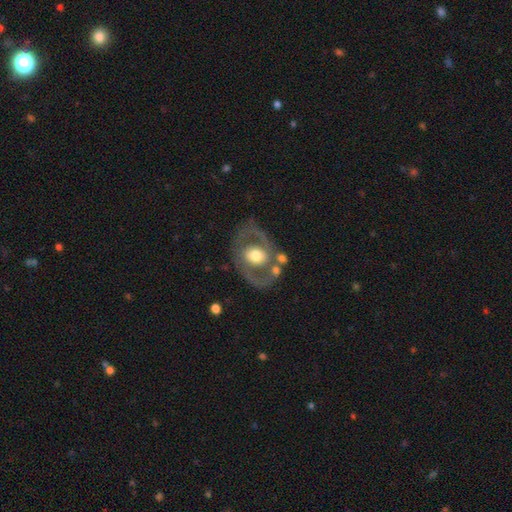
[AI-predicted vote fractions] Overall: featured or disk (70%). Edge-on disk: no (95%). Bar: no (69%). Spiral arms: no (53%; yes 47%). Bulge size: moderate (61%; large 29%). Merging: none (67%).